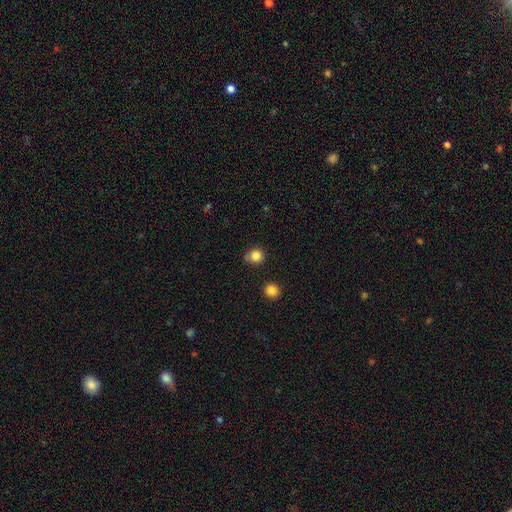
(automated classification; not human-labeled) This appears to be a smooth galaxy with no disk features (83%) that is round (87%). Merging: none (75%).